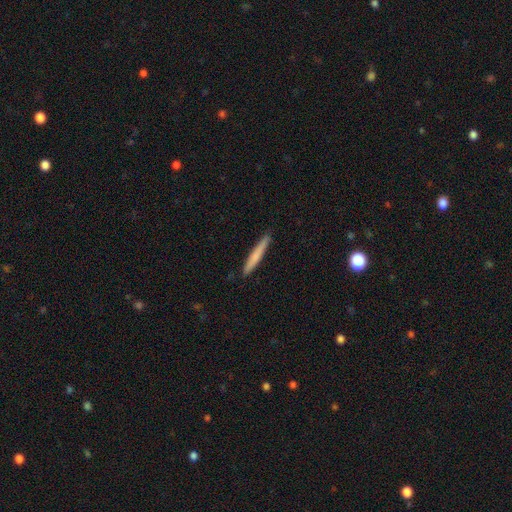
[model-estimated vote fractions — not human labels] smooth-or-featured: smooth: 71% | featured or disk: 24% | star or artifact: 5%
  how-rounded: cigar-shaped: 96% | in between: 3% | round: 1%
  merging: none: 89% | minor disturbance: 8% | major disturbance: 1% | merger: 1%